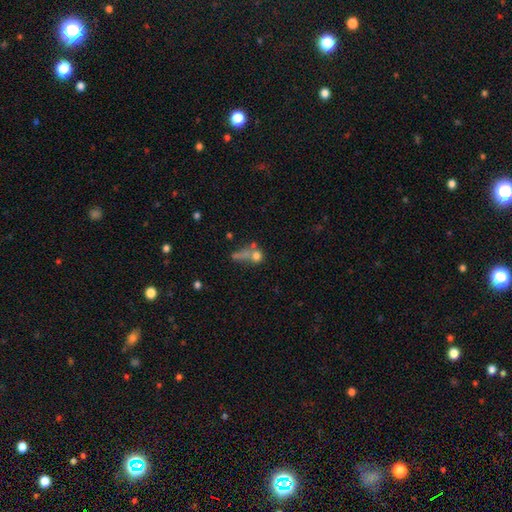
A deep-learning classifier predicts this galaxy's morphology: Overall: smooth (65%). How rounded: round (65%; in between 28%). Merging: merger (40%; none 30%).